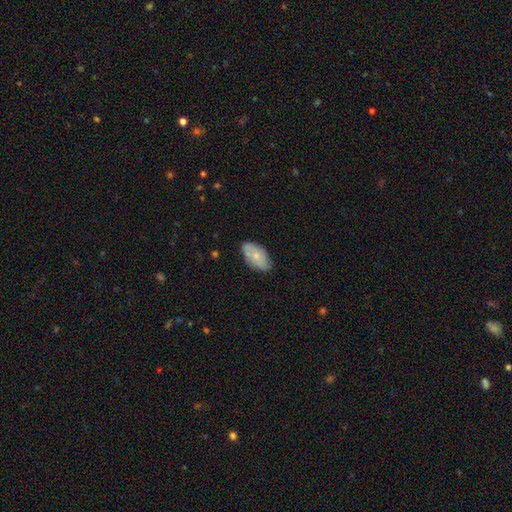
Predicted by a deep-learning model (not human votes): Overall: smooth (69%). How rounded: in between (94%). Merging: none (74%).